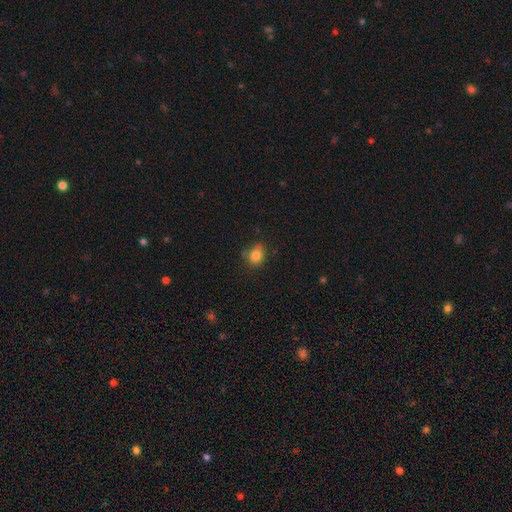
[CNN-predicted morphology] Smooth or featured?
  - smooth: 82% *
  - star or artifact: 11%
  - featured or disk: 7%
How rounded?
  - round: 58% *
  - in between: 41%
  - cigar-shaped: 1%
Merging?
  - none: 64% *
  - minor disturbance: 26%
  - major disturbance: 6%
  - merger: 4%